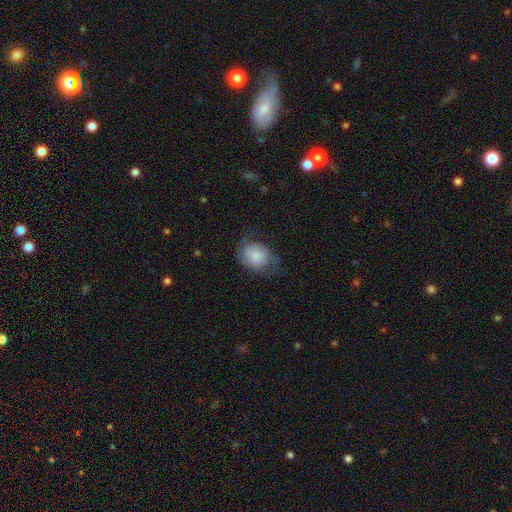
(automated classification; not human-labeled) The model was most divided on "how rounded": round: 54%, in between: 45%, cigar-shaped: 1%. More confident: smooth or featured — smooth (78%); merging — none (54%).